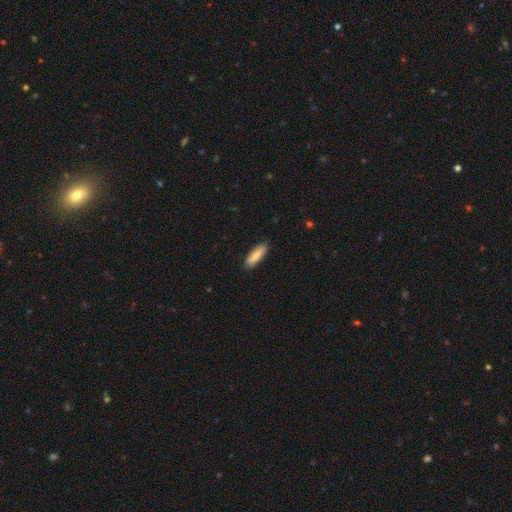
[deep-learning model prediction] Smooth or featured: smooth — 77% (featured or disk — 17%)
How rounded: cigar-shaped — 51% (in between — 48%)
Merging: none — 88% (minor disturbance — 9%)